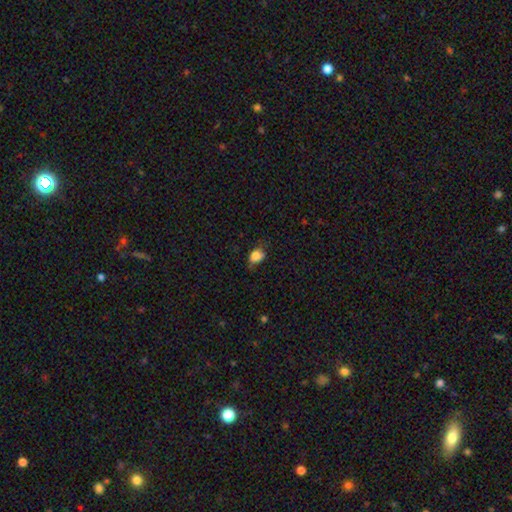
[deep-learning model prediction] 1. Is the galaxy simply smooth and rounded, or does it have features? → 83% smooth, 9% star or artifact, 8% featured or disk.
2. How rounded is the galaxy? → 65% in between, 33% round, 2% cigar-shaped.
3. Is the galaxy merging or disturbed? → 54% none, 33% minor disturbance, 11% major disturbance, 2% merger.